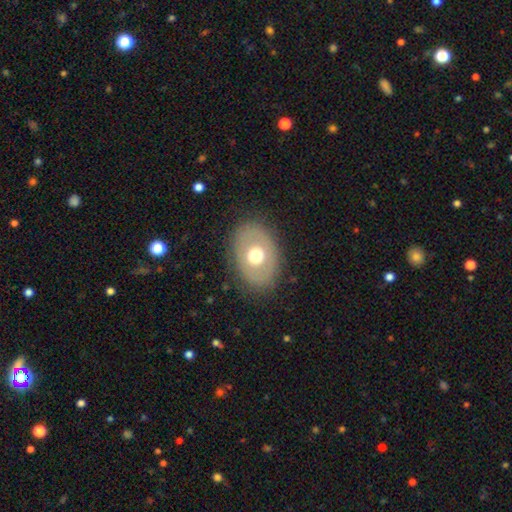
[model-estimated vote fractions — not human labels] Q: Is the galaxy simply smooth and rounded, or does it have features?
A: smooth — 56%.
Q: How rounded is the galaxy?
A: in between — 71%.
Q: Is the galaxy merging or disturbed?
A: none — 82%.